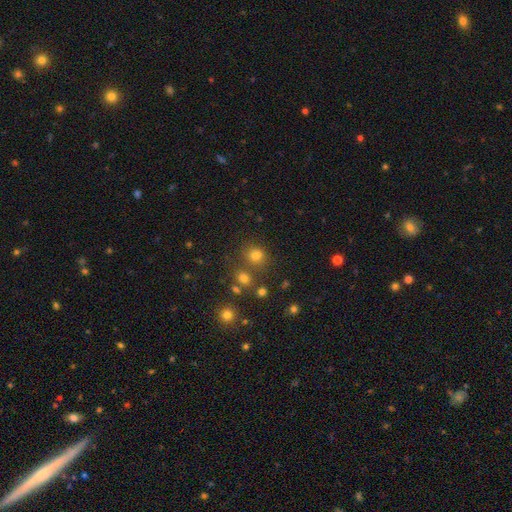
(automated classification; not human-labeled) Smooth or featured: smooth — 71% (star or artifact — 21%)
How rounded: round — 71% (in between — 28%)
Merging: none — 65% (merger — 20%)